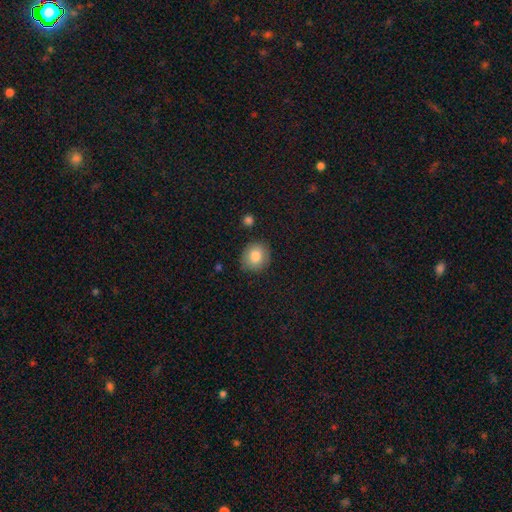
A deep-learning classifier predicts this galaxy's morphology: A smooth galaxy with no disk features (83%) that is round (79%). Merging: none (85%).